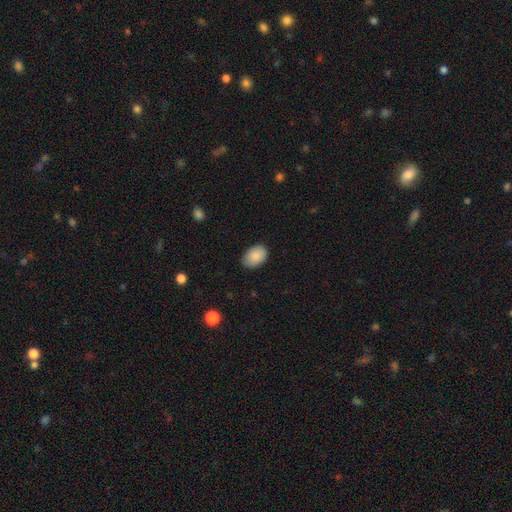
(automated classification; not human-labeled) Smooth or featured? Predicted: smooth (p=0.88). How rounded? Predicted: in between (p=0.88). Merging? Predicted: none (p=0.84).